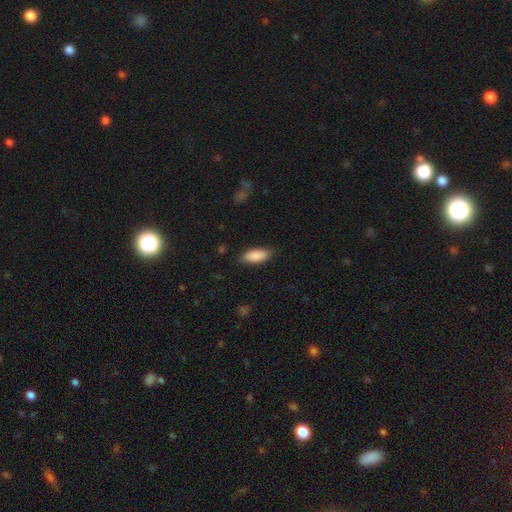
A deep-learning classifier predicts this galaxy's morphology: Smooth or featured: smooth — 88% (featured or disk — 6%)
How rounded: in between — 83% (cigar-shaped — 15%)
Merging: none — 83% (minor disturbance — 13%)